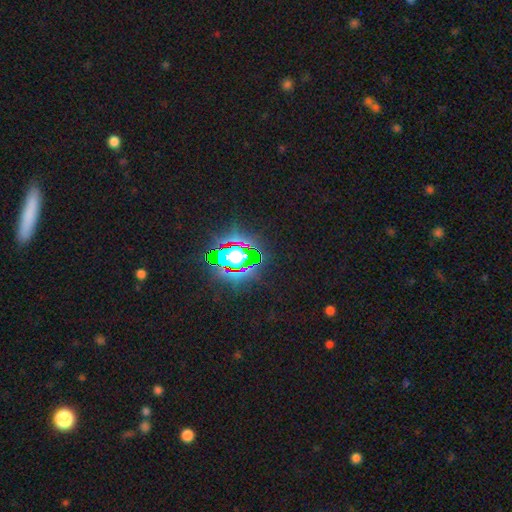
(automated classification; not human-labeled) smooth-or-featured: star or artifact: 83% | smooth: 10% | featured or disk: 7%